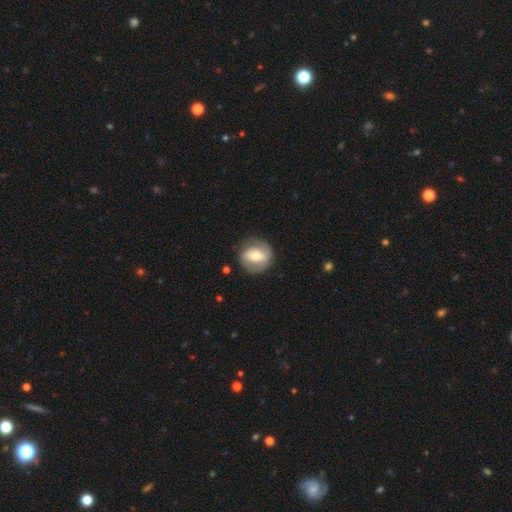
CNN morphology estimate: A featured or disk galaxy (49%).

Vote fractions:
- Smooth or featured? featured or disk: 49% / smooth: 45% / star or artifact: 6%
- Merging? none: 81% / minor disturbance: 13% / major disturbance: 5% / merger: 1%